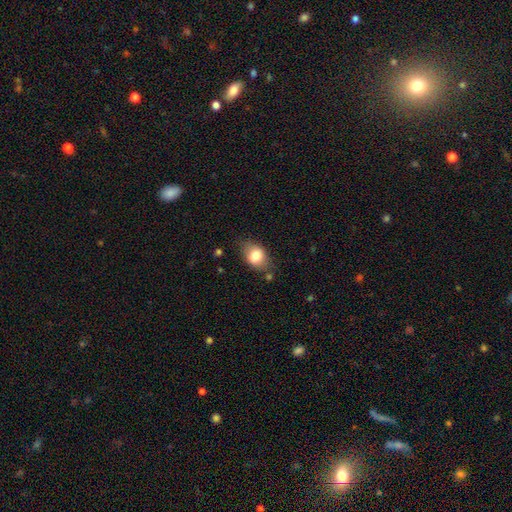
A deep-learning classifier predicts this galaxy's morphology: This is likely a smooth galaxy (78%). How rounded: likely in between (72%). Merging: likely none (72%).